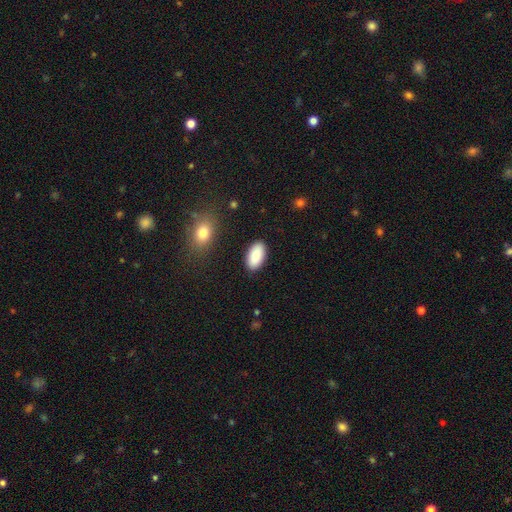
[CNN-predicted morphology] This appears to be a smooth galaxy with no disk features (88%) that is in between round and cigar-shaped (95%). Merging: none (88%).